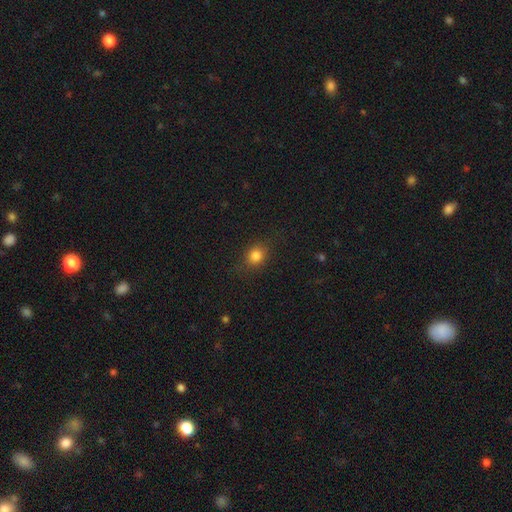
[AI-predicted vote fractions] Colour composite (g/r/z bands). It shows a smooth galaxy with no disk features (82%) that is round (68%). Merging: none (84%).